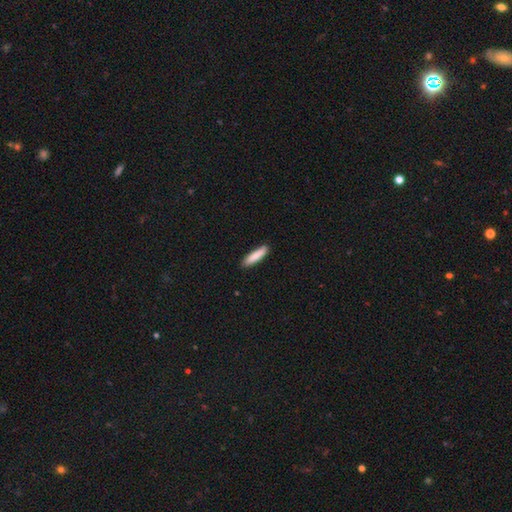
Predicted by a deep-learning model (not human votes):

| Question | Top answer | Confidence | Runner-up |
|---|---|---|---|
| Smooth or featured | smooth | 83% | featured or disk (11%) |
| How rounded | cigar-shaped | 81% | in between (18%) |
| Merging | none | 88% | minor disturbance (9%) |